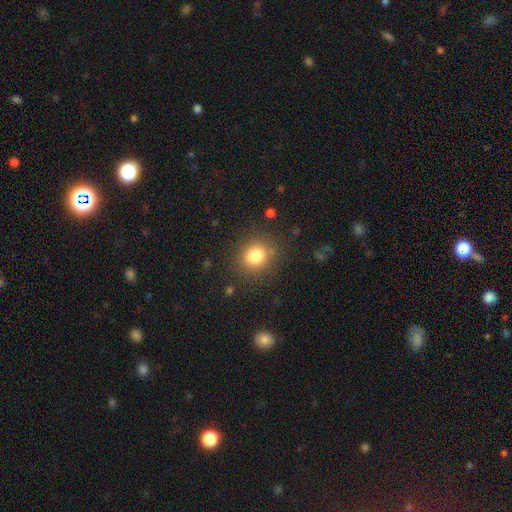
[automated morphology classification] smooth_or_featured: smooth (p=0.81) [alt: star or artifact p=0.12]
how_rounded: round (p=0.77) [alt: in between p=0.23]
merging: none (p=0.83) [alt: minor disturbance p=0.11]